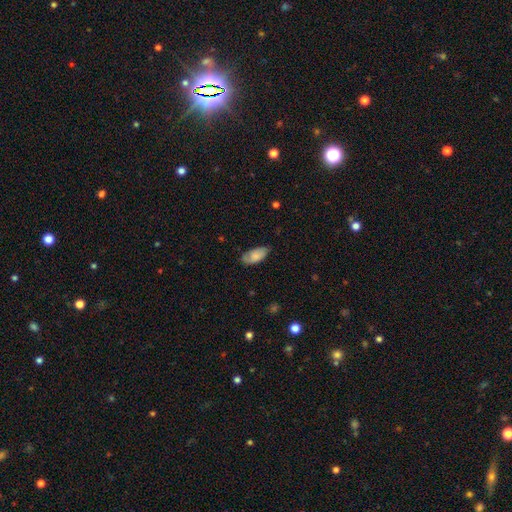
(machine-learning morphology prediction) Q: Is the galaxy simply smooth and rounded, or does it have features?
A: smooth — 77%.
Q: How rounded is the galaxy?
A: in between — 92%.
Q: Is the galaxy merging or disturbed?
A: none — 68%.